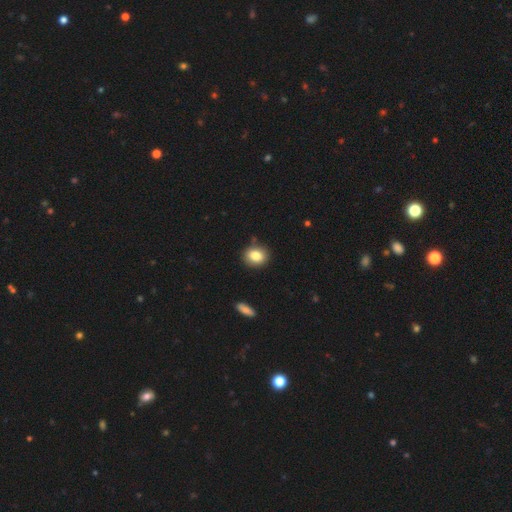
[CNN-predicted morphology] smooth-or-featured: smooth: 83% | star or artifact: 9% | featured or disk: 8%
  how-rounded: round: 59% | in between: 40% | cigar-shaped: 1%
  merging: none: 85% | minor disturbance: 10% | merger: 3% | major disturbance: 2%